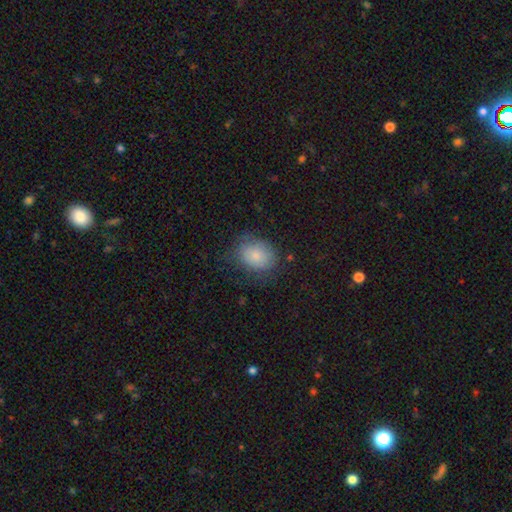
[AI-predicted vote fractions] smooth 81%, featured or disk 11%, star or artifact 8%. Down the decision tree: how rounded — in between (54%); merging — none (66%).